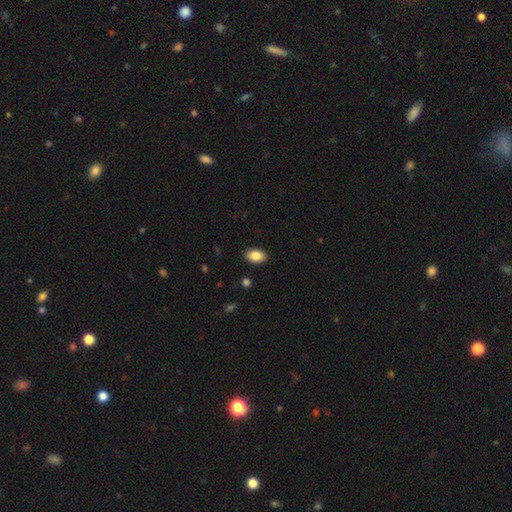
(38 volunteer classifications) Overall: smooth (79%). How rounded: in between (97%). Merging: none (94%).